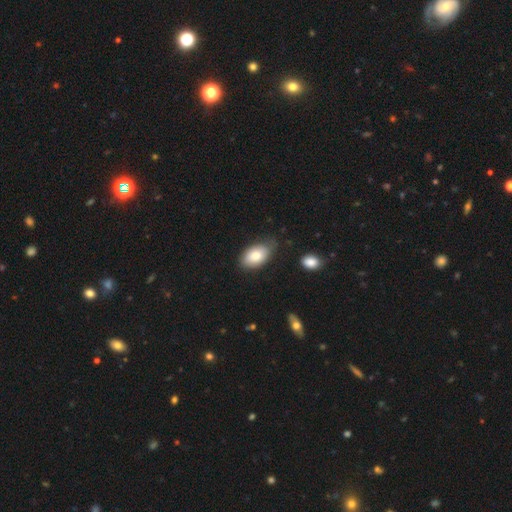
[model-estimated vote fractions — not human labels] Smooth or featured?
  - smooth: 81% *
  - featured or disk: 12%
  - star or artifact: 7%
How rounded?
  - in between: 92% *
  - round: 6%
  - cigar-shaped: 1%
Merging?
  - none: 71% *
  - minor disturbance: 22%
  - major disturbance: 4%
  - merger: 3%